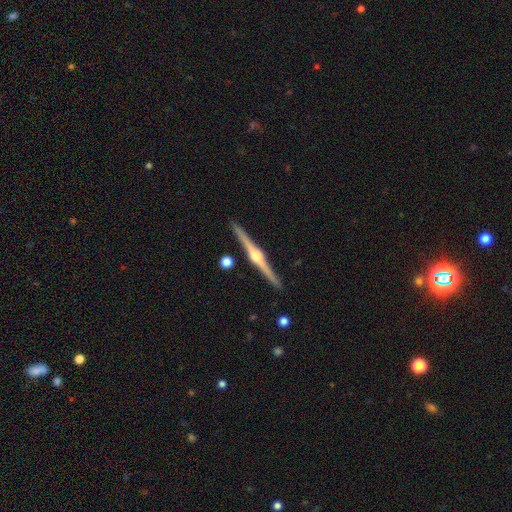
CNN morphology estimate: Smooth or featured: featured or disk — 87% (smooth — 8%)
Edge-on disk: yes — 99% (no — 1%)
Edge-on bulge: rounded — 93% (boxy — 5%)
Merging: none — 92% (minor disturbance — 6%)